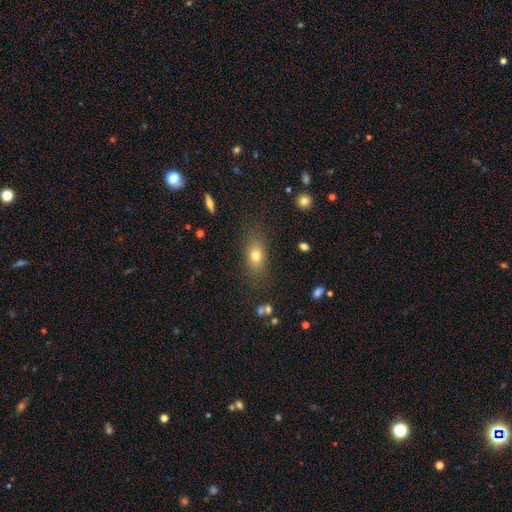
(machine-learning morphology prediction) Overall: smooth (73%). How rounded: in between (73%). Merging: none (78%).